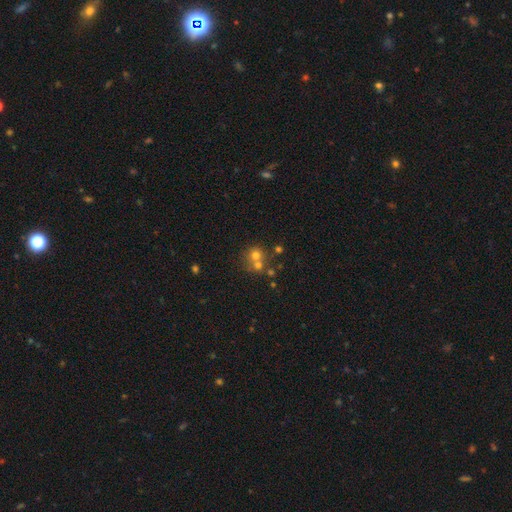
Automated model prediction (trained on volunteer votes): A smooth galaxy with no disk features (64%) that is round (85%). Merging: merger (46%).